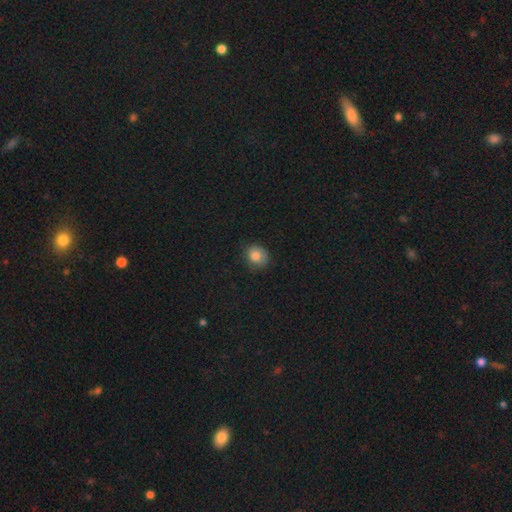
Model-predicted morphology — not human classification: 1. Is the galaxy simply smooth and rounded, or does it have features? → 81% smooth, 10% star or artifact, 8% featured or disk.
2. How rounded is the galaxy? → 71% round, 28% in between, 1% cigar-shaped.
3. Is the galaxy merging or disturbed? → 75% none, 20% minor disturbance, 4% major disturbance, 1% merger.